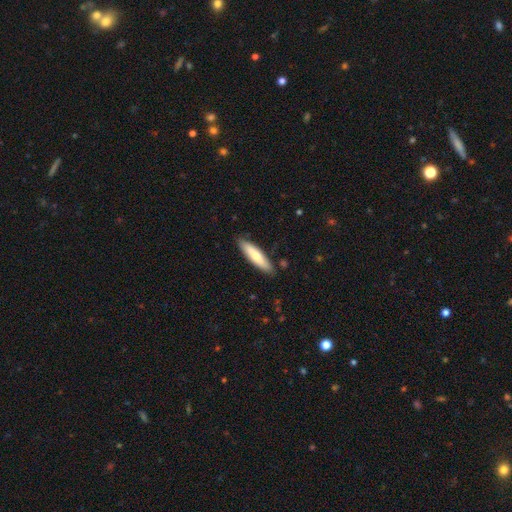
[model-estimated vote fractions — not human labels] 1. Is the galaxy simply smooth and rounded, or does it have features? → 69% smooth, 26% featured or disk, 5% star or artifact.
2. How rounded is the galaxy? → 72% cigar-shaped, 27% in between, 1% round.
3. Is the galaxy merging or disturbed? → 86% none, 11% minor disturbance, 2% major disturbance, 1% merger.